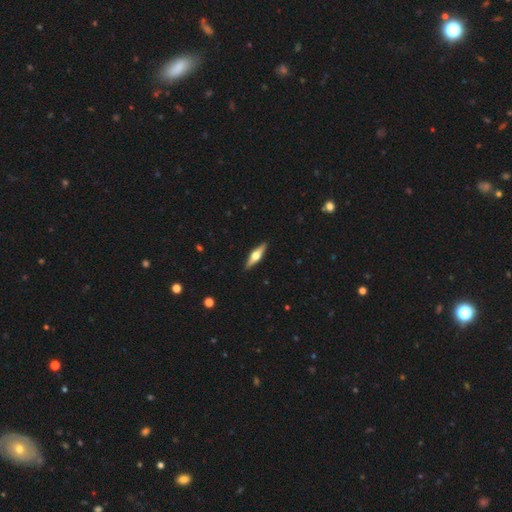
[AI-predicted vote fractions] A featured or disk galaxy (64%) viewed edge-on (96%) with a rounded central bulge (95%). Merging: none (91%).